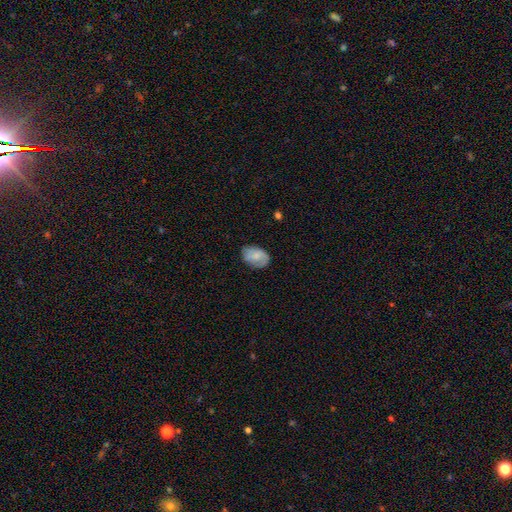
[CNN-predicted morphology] A smooth galaxy with no disk features (70%) that is in between round and cigar-shaped (80%).

Vote fractions:
- Smooth or featured? smooth: 70% / featured or disk: 23% / star or artifact: 7%
- How rounded? in between: 80% / round: 18% / cigar-shaped: 1%
- Merging? none: 71% / minor disturbance: 22% / major disturbance: 5% / merger: 1%